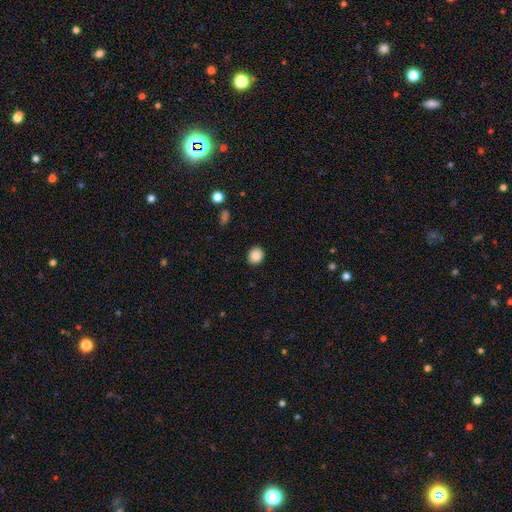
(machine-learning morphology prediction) smooth-or-featured: smooth: 87% | star or artifact: 9% | featured or disk: 4%
  how-rounded: round: 79% | in between: 20% | cigar-shaped: 1%
  merging: none: 90% | minor disturbance: 7% | major disturbance: 2% | merger: 1%